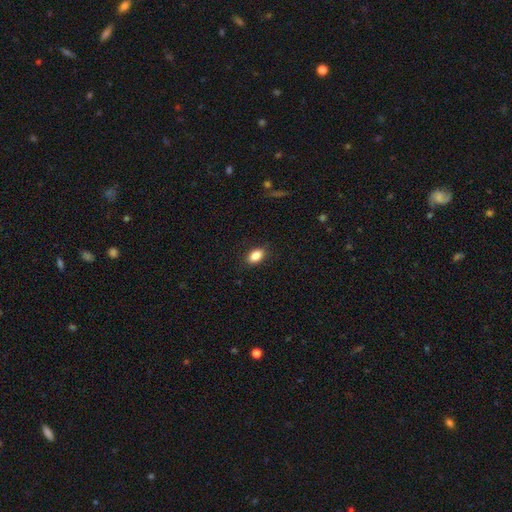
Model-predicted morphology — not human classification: smooth 86%, star or artifact 8%, featured or disk 5%. Down the decision tree: how rounded — in between (87%); merging — none (86%).